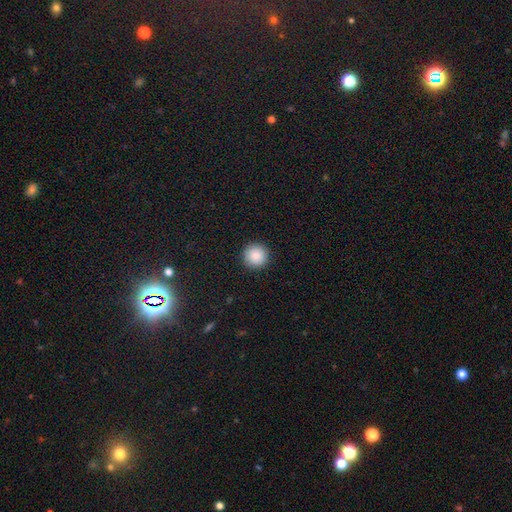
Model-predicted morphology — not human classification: This appears to be a smooth galaxy with no disk features (89%) that is round (96%). Merging: none (92%).